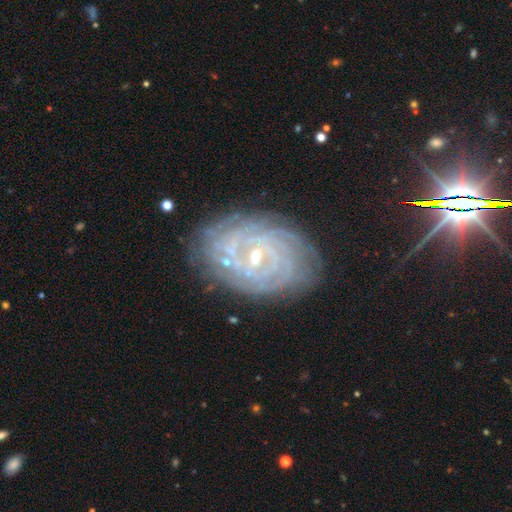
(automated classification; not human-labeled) Smooth or featured?
  - featured or disk: 86% *
  - star or artifact: 8%
  - smooth: 6%
Edge-on disk?
  - no: 97% *
  - yes: 3%
Bar?
  - weak: 46% *
  - no: 31%
  - strong: 23%
Spiral arms?
  - yes: 97% *
  - no: 3%
Spiral winding?
  - tight: 85% *
  - medium: 13%
  - loose: 3%
Spiral arm count?
  - can't tell: 32% *
  - 4: 17%
  - more than 4: 16%
  - 2: 15%
  - 3: 13%
  - 1: 7%
Bulge size?
  - small: 66% *
  - moderate: 30%
  - none: 2%
  - large: 2%
  - dominant: 1%
Merging?
  - none: 78% *
  - minor disturbance: 15%
  - major disturbance: 5%
  - merger: 2%